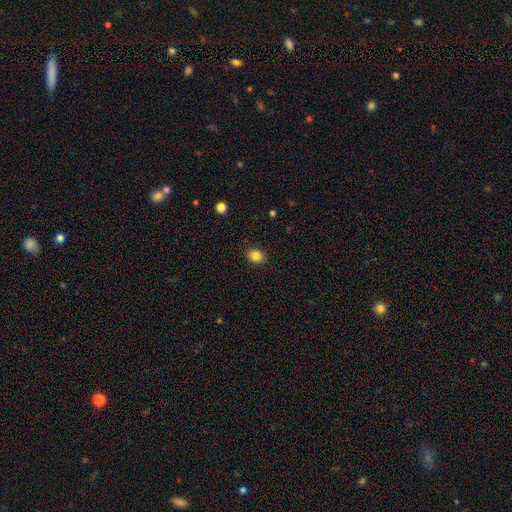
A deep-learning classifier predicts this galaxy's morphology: Q: Smooth or featured?
A: smooth (85%); runner-up: star or artifact (10%)
Q: How rounded?
A: in between (57%); runner-up: round (42%)
Q: Merging?
A: none (89%); runner-up: minor disturbance (8%)